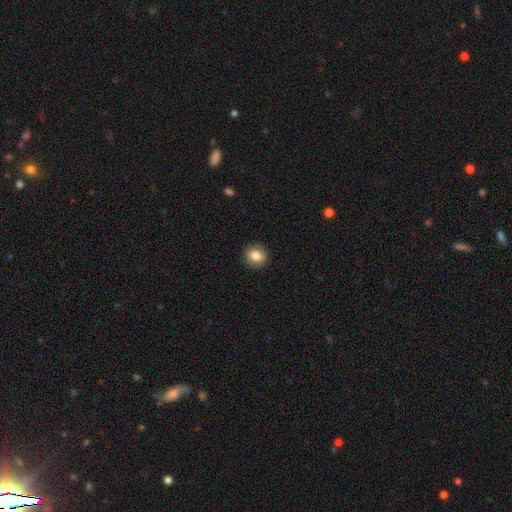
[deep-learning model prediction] smooth_or_featured: smooth (p=0.79) [alt: featured or disk p=0.12]
how_rounded: round (p=0.80) [alt: in between p=0.20]
merging: none (p=0.88) [alt: minor disturbance p=0.09]